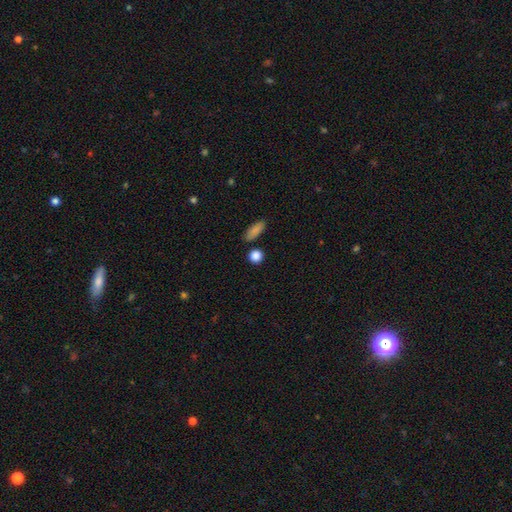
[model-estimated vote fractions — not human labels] Smooth or featured: smooth — 86% (star or artifact — 10%)
How rounded: round — 81% (in between — 15%)
Merging: none — 83% (minor disturbance — 8%)